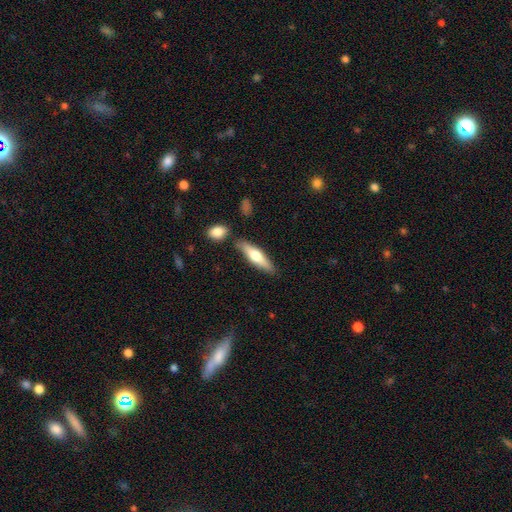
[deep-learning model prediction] smooth_or_featured: smooth (p=0.56) [alt: featured or disk p=0.39]
how_rounded: cigar-shaped (p=0.68) [alt: in between p=0.30]
merging: none (p=0.79) [alt: minor disturbance p=0.11]